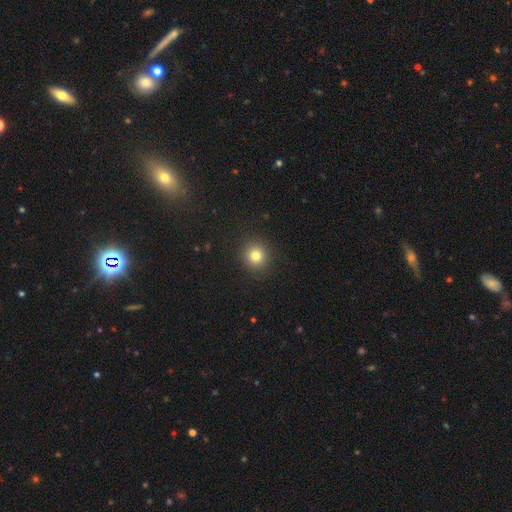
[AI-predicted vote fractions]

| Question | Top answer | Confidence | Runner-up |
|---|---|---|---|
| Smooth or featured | smooth | 81% | star or artifact (12%) |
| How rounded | round | 91% | in between (8%) |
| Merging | none | 91% | minor disturbance (6%) |